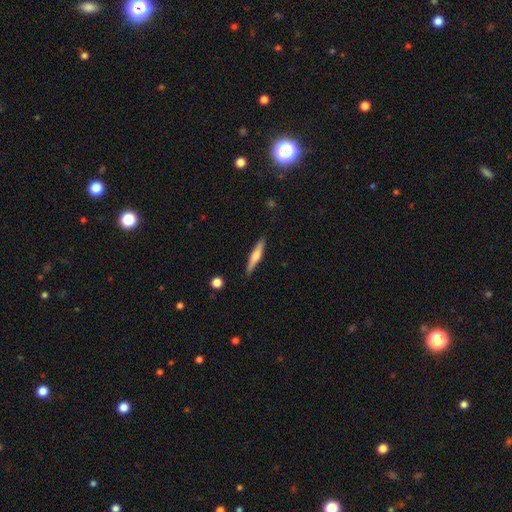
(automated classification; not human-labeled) smooth-or-featured: featured or disk: 48% | smooth: 46% | star or artifact: 6%
  merging: none: 88% | minor disturbance: 9% | major disturbance: 2% | merger: 1%